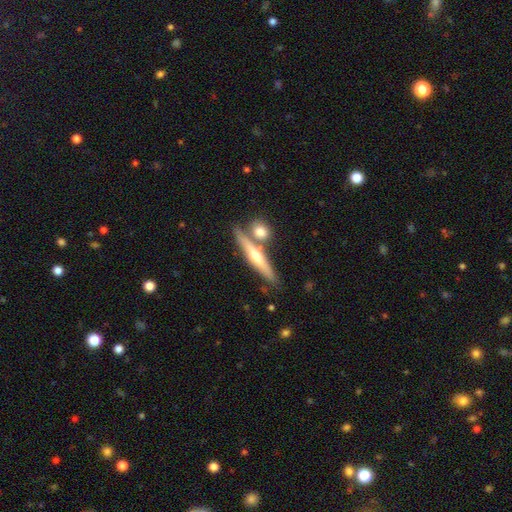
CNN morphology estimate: Smooth or featured? featured or disk (56%)
Edge-on disk? yes (94%)
Edge-on bulge? rounded (85%)
Merging? none (67%)